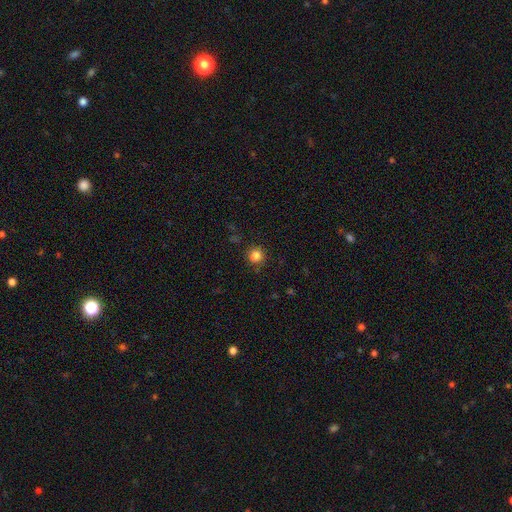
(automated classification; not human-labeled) Q: Smooth or featured?
A: smooth (84%); runner-up: star or artifact (12%)
Q: How rounded?
A: round (93%); runner-up: in between (6%)
Q: Merging?
A: none (88%); runner-up: minor disturbance (8%)